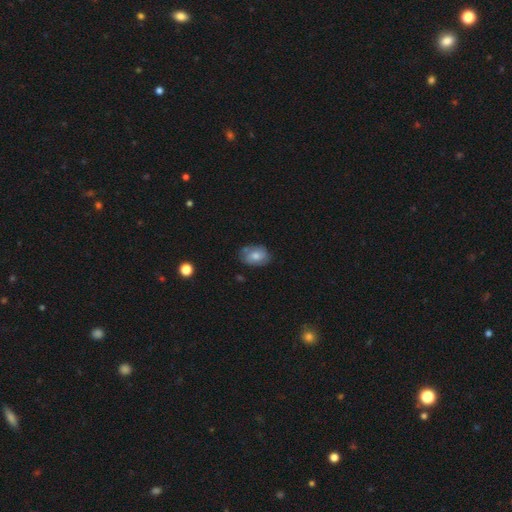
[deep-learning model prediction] smooth-or-featured: smooth: 72% | featured or disk: 20% | star or artifact: 8%
  how-rounded: in between: 80% | round: 18% | cigar-shaped: 1%
  merging: none: 69% | minor disturbance: 23% | major disturbance: 5% | merger: 2%